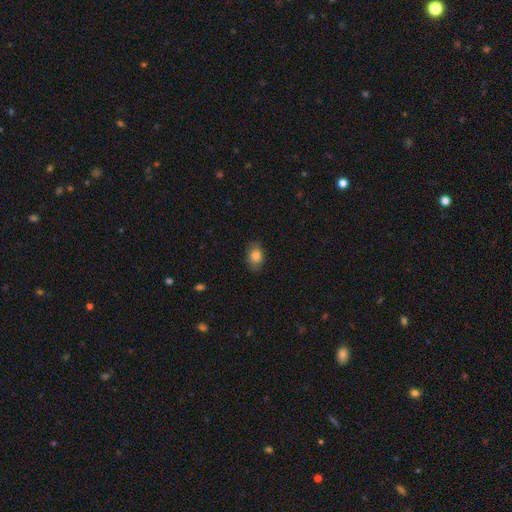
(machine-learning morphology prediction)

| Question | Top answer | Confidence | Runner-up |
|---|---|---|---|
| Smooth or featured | smooth | 83% | star or artifact (9%) |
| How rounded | in between | 71% | round (28%) |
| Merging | none | 81% | minor disturbance (15%) |